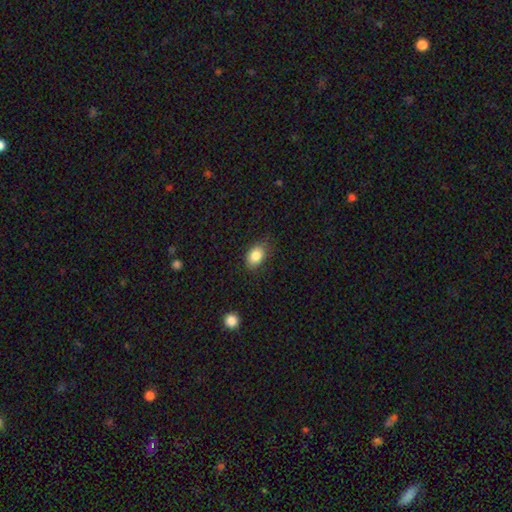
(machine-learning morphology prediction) This appears to be a smooth galaxy with no disk features (85%) that is in between round and cigar-shaped (81%). Merging: none (75%).